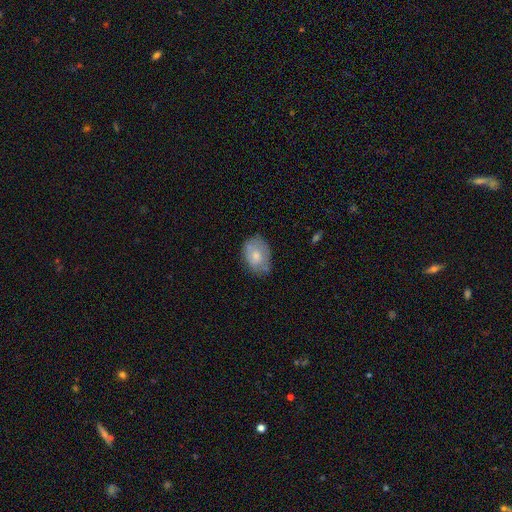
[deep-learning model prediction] smooth_or_featured: smooth (p=0.63) [alt: featured or disk p=0.30]
how_rounded: in between (p=0.74) [alt: round p=0.25]
merging: none (p=0.61) [alt: minor disturbance p=0.29]